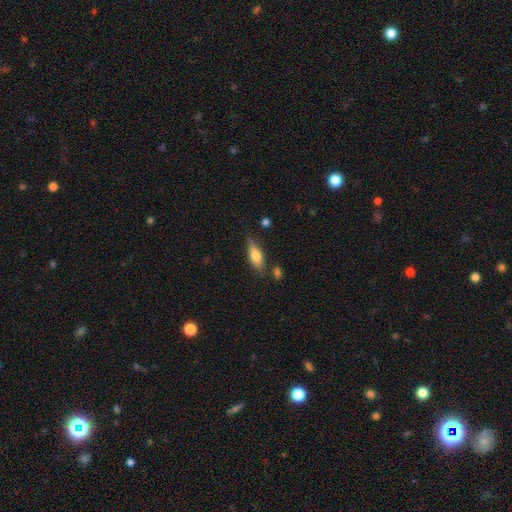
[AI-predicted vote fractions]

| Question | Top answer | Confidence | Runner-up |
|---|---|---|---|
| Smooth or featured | smooth | 67% | featured or disk (27%) |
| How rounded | in between | 61% | cigar-shaped (36%) |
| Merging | none | 77% | minor disturbance (15%) |